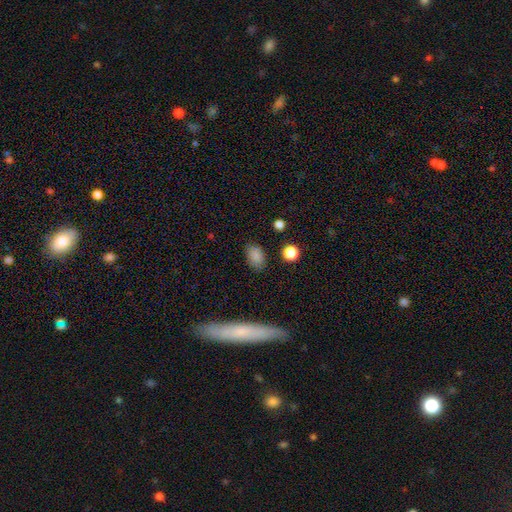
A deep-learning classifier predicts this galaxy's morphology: This appears to be a smooth galaxy with no disk features (83%) that is in between round and cigar-shaped (85%). Merging: none (82%).